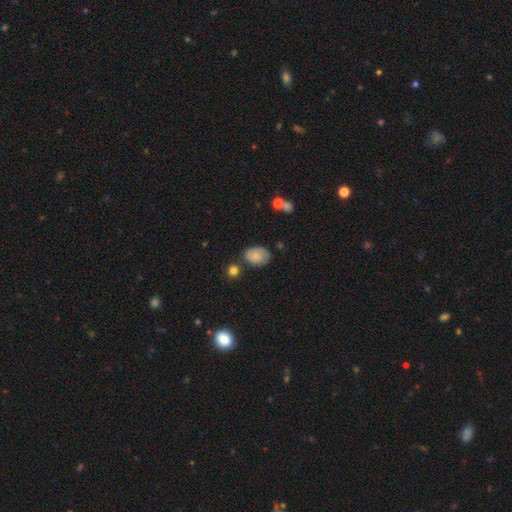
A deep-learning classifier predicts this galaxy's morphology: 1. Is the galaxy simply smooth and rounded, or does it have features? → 66% smooth, 25% featured or disk, 9% star or artifact.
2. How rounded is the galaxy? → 75% in between, 23% round, 1% cigar-shaped.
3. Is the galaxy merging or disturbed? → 66% none, 23% minor disturbance, 6% major disturbance, 5% merger.